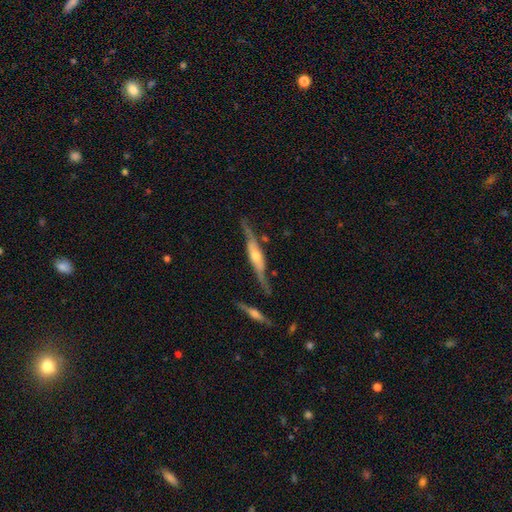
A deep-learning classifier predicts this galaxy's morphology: Smooth or featured: featured or disk — 78% (smooth — 17%)
Edge-on disk: yes — 85% (no — 15%)
Edge-on bulge: rounded — 77% (boxy — 15%)
Merging: none — 66% (minor disturbance — 20%)